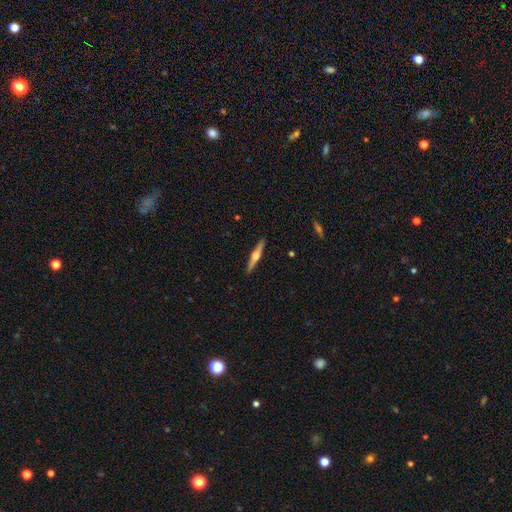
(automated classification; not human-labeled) Morphology: type=featured or disk (73%); edge-on=yes (98%); edge-on bulge=rounded (94%); merging=none (92%).